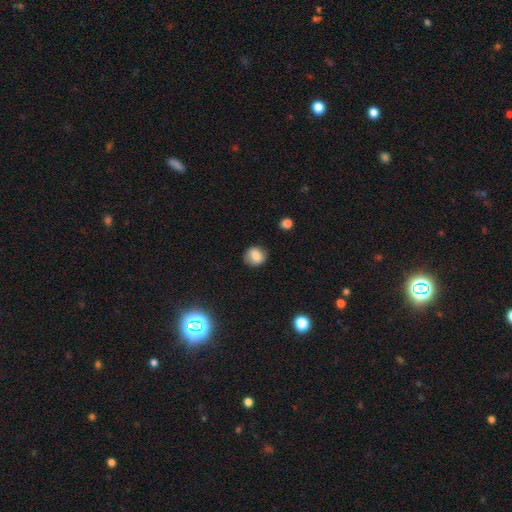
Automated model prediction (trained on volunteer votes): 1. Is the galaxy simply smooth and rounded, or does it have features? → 80% smooth, 10% star or artifact, 10% featured or disk.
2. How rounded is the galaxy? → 75% round, 24% in between, 1% cigar-shaped.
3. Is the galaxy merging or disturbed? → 80% none, 15% minor disturbance, 4% major disturbance, 1% merger.